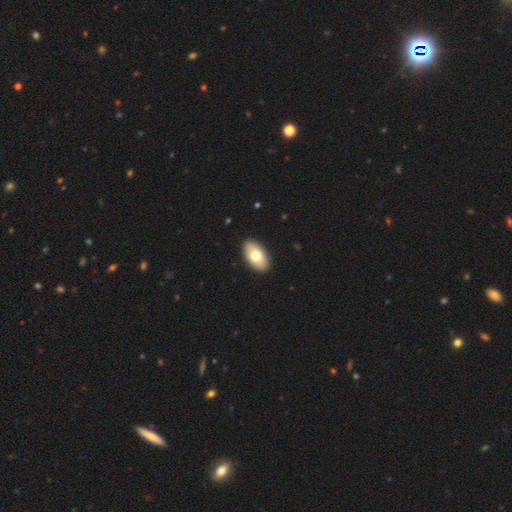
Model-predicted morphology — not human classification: This is likely a smooth galaxy (73%). How rounded: clearly in between (94%). Merging: clearly none (90%).